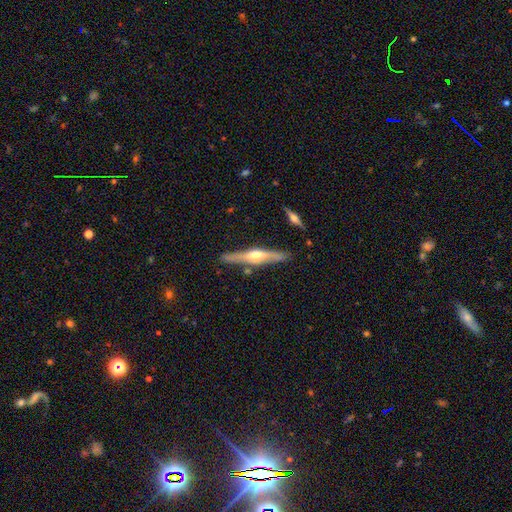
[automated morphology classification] The model was most divided on "smooth or featured": featured or disk: 70%, smooth: 25%, star or artifact: 5%. More confident: edge-on disk — yes (96%); edge-on bulge — rounded (87%); merging — none (84%).